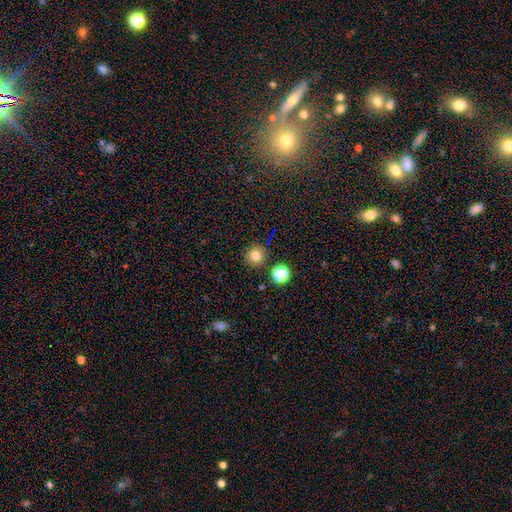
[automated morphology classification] This is likely a smooth galaxy (78%). How rounded: clearly round (94%). Merging: clearly none (88%).